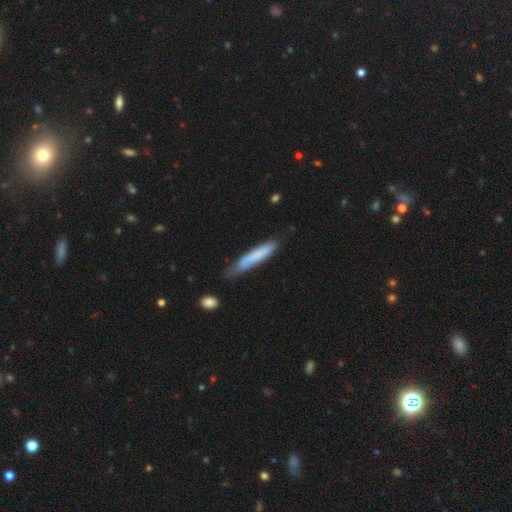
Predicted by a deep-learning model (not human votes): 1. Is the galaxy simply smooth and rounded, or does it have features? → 74% smooth, 20% featured or disk, 6% star or artifact.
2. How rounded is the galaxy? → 92% cigar-shaped, 7% in between, 1% round.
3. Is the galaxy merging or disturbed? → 62% none, 29% minor disturbance, 6% major disturbance, 3% merger.